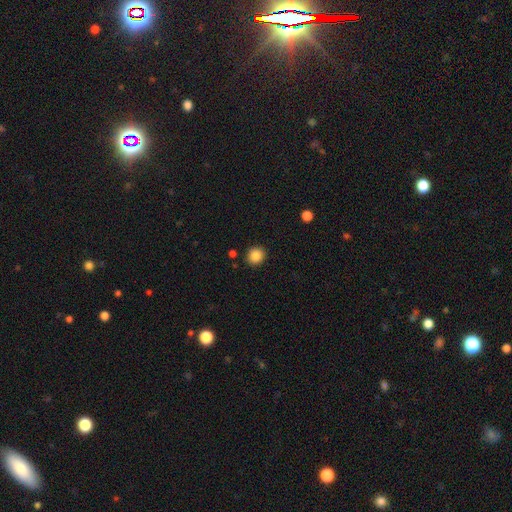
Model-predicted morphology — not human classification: Smooth or featured? Predicted: smooth (p=0.85). How rounded? Predicted: round (p=0.89). Merging? Predicted: none (p=0.90).